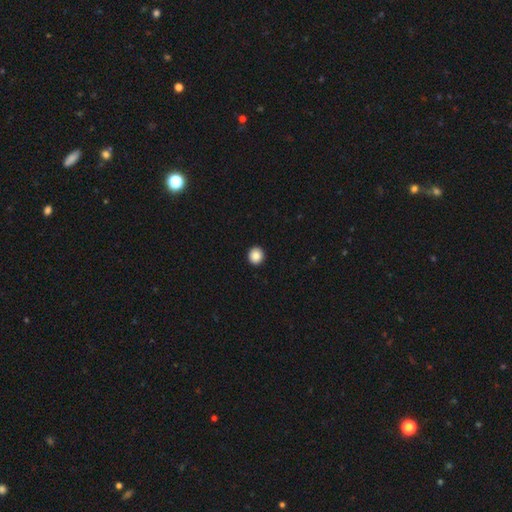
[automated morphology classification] smooth 88%, star or artifact 9%, featured or disk 3%. Down the decision tree: how rounded — round (89%); merging — none (94%).